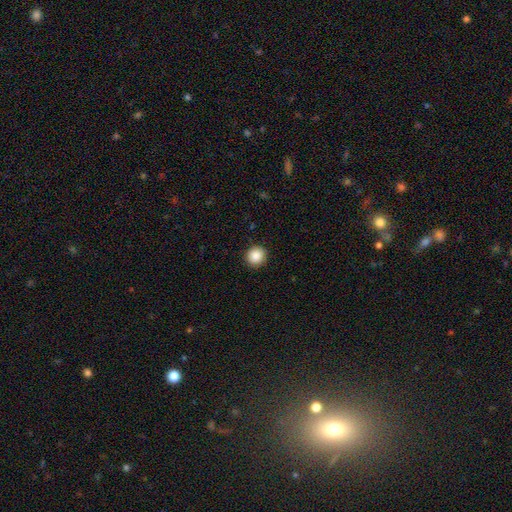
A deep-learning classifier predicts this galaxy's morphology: Smooth or featured? smooth (88%)
How rounded? round (89%)
Merging? none (91%)